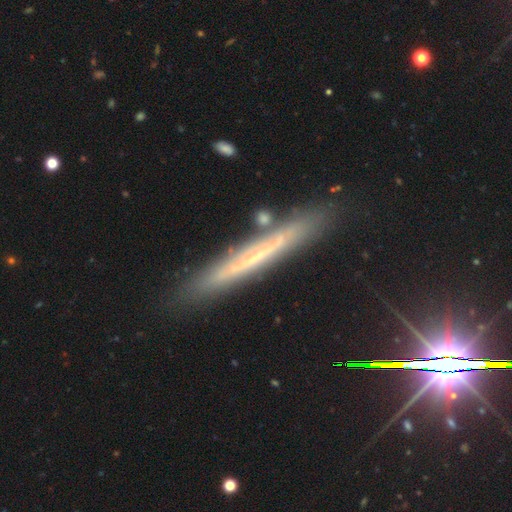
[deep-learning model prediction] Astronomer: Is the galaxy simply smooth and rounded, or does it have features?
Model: featured or disk — 53% (runner-up: smooth, 35%).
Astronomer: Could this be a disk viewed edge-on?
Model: yes — 91%.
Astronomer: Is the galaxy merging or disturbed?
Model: none — 84%.